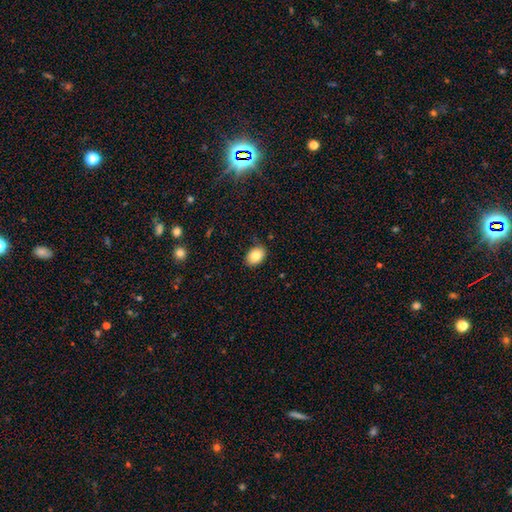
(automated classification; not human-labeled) This appears to be a smooth galaxy with no disk features (82%) that is in between round and cigar-shaped (77%). Merging: none (86%).